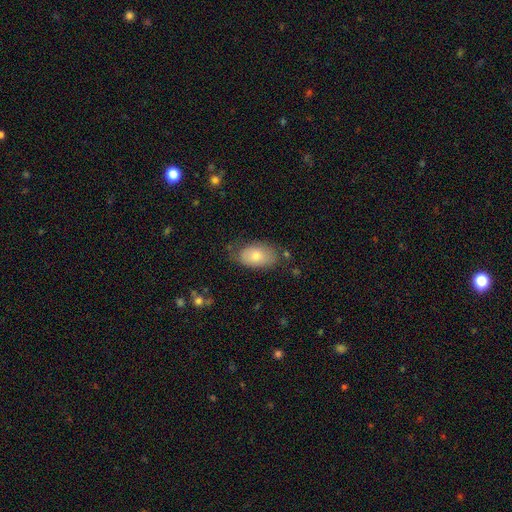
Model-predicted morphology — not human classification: Overall: smooth (72%). How rounded: in between (92%). Merging: none (68%).